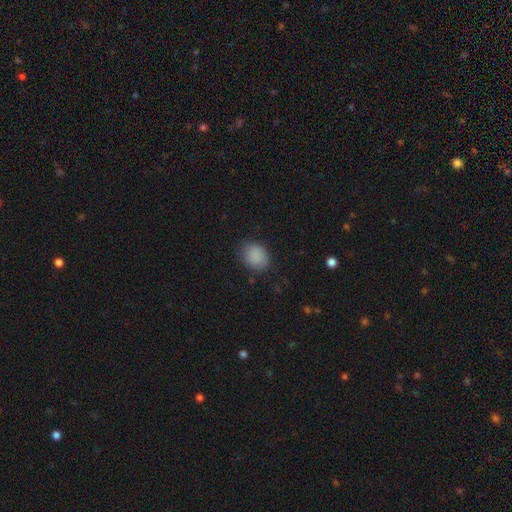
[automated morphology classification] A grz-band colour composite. It shows a smooth galaxy with no disk features (87%) that is in between round and cigar-shaped (51%). Merging: none (81%).